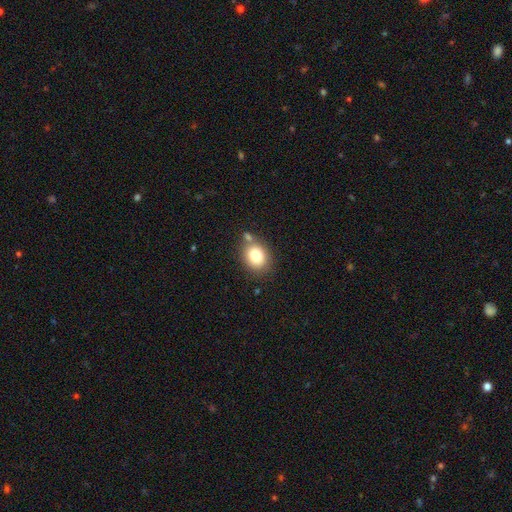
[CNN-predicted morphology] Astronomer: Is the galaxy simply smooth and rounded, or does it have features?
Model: smooth — 82%.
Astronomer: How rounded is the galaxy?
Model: round — 51% (runner-up: in between, 48%).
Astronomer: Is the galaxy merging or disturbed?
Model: none — 68%.